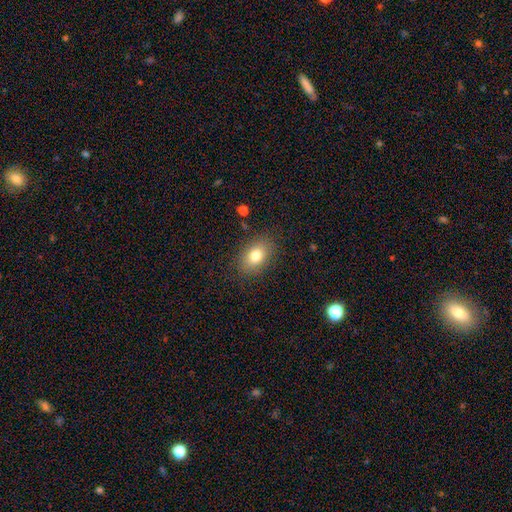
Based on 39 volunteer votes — This appears to be a smooth galaxy with no disk features (87%) that is in between round and cigar-shaped (82%). Merging: none (84%).